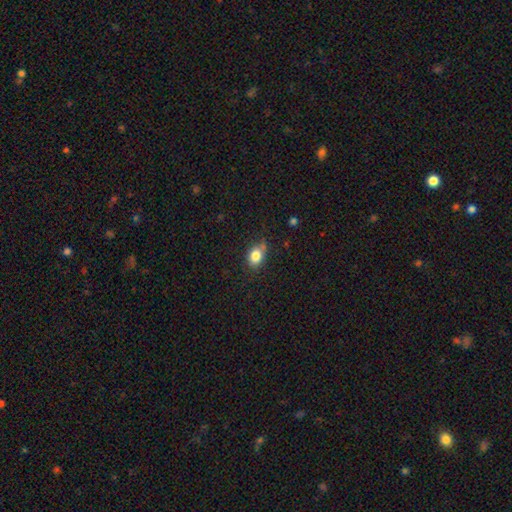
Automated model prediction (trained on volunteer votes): Q: Smooth or featured?
A: smooth (83%); runner-up: star or artifact (10%)
Q: How rounded?
A: in between (66%); runner-up: round (33%)
Q: Merging?
A: none (66%); runner-up: minor disturbance (25%)